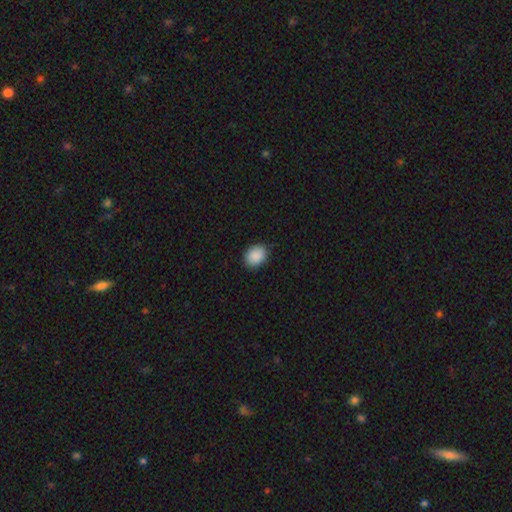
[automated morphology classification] This is clearly a smooth galaxy (90%). How rounded: possibly in between (56%). Merging: clearly none (87%).